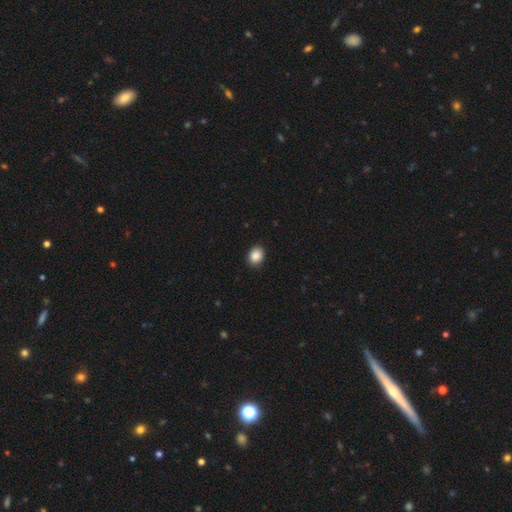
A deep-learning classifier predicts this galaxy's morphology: smooth 89%, star or artifact 9%, featured or disk 3%. Down the decision tree: how rounded — in between (50%); merging — none (88%).